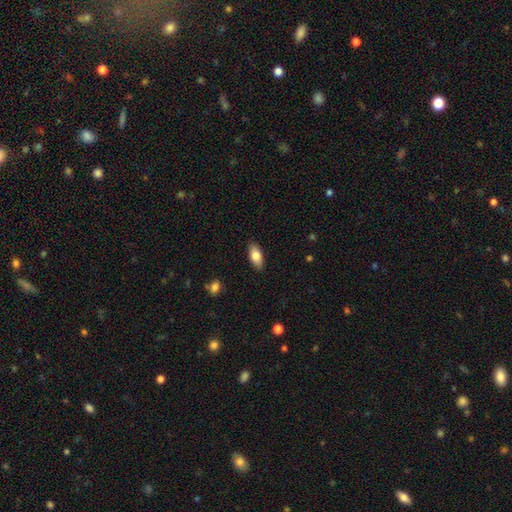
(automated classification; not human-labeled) Smooth or featured: smooth — 80% (featured or disk — 13%)
How rounded: in between — 88% (cigar-shaped — 10%)
Merging: none — 88% (minor disturbance — 9%)